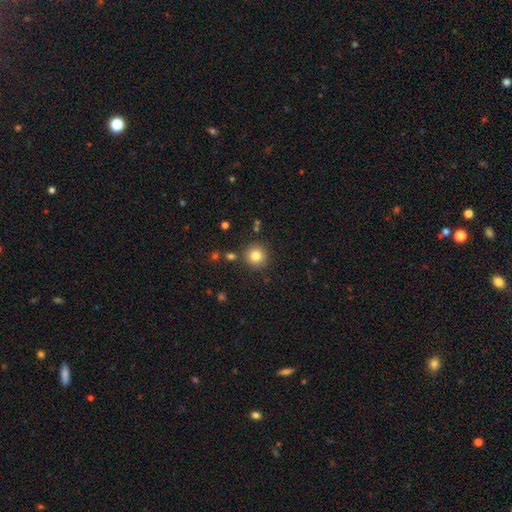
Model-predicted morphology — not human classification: Smooth or featured: smooth — 82% (star or artifact — 11%)
How rounded: round — 93% (in between — 6%)
Merging: none — 87% (minor disturbance — 7%)